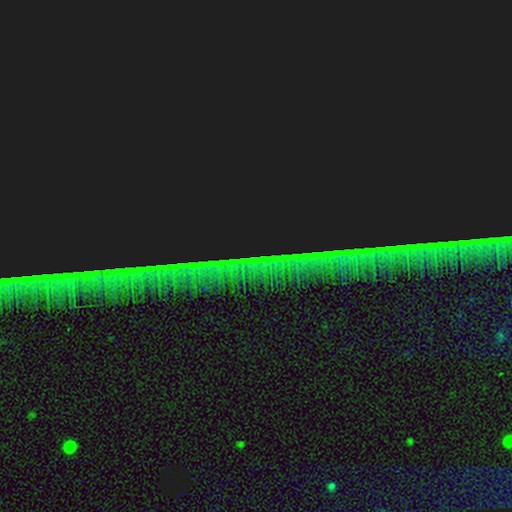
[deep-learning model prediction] Overall: star or artifact (87%).